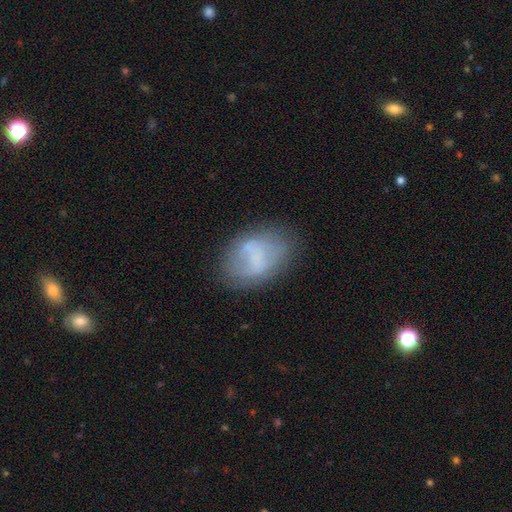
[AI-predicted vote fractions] Smooth or featured? Predicted: smooth (p=0.48). Merging? Predicted: none (p=0.61).